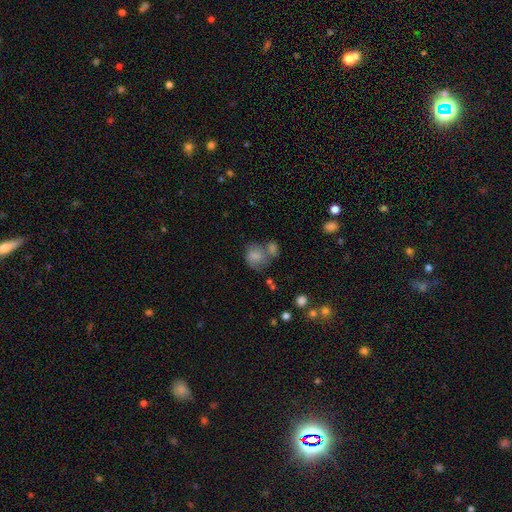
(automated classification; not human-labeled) smooth 72%, featured or disk 19%, star or artifact 10%. Down the decision tree: how rounded — round (63%); merging — merger (38%).